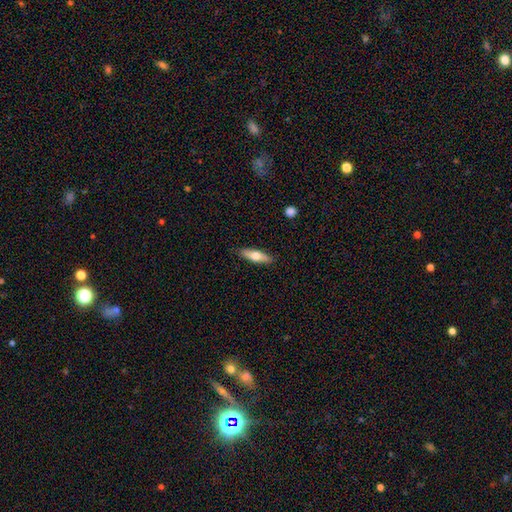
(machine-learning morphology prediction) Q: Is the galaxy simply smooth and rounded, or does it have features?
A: smooth — 60%.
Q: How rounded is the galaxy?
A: cigar-shaped — 58%.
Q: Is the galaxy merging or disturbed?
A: none — 88%.